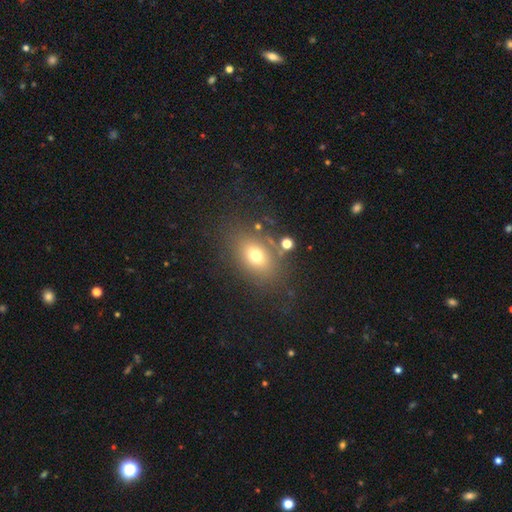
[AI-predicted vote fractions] smooth_or_featured: smooth (p=0.69) [alt: featured or disk p=0.16]
how_rounded: in between (p=0.74) [alt: round p=0.24]
merging: none (p=0.75) [alt: minor disturbance p=0.13]